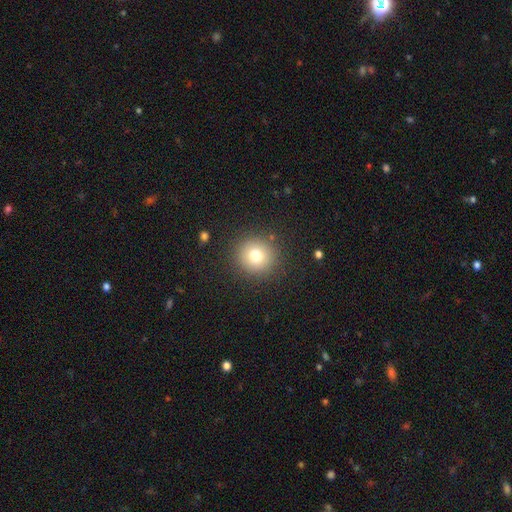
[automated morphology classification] Overall: smooth (76%). How rounded: round (92%). Merging: none (89%).